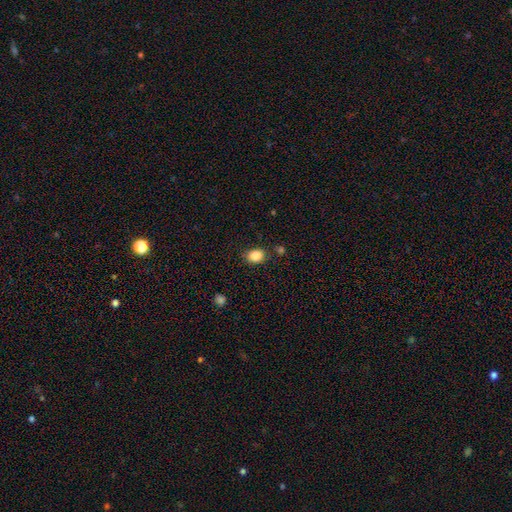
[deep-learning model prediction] This is clearly a smooth galaxy (86%). How rounded: possibly in between (53%). Merging: clearly none (83%).